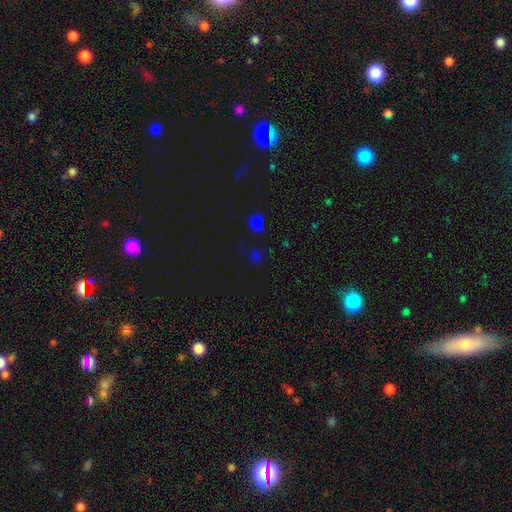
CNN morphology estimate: Overall: star or artifact (51%; smooth 44%).